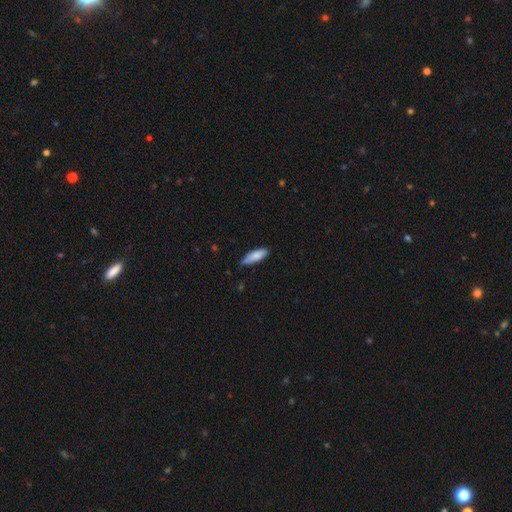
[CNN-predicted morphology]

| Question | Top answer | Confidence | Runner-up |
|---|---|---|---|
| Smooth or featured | smooth | 84% | featured or disk (11%) |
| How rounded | in between | 58% | cigar-shaped (40%) |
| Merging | none | 72% | minor disturbance (24%) |